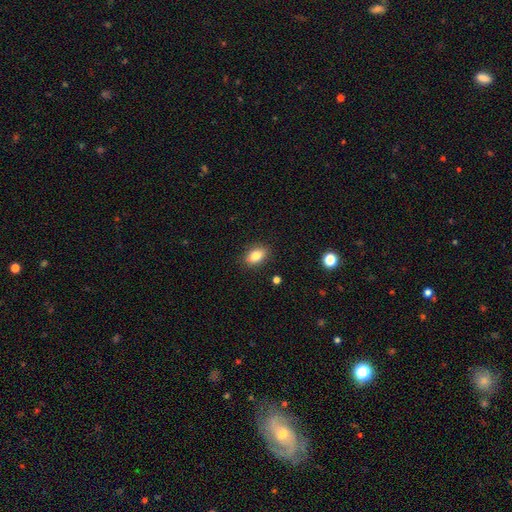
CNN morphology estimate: smooth 80%, featured or disk 11%, star or artifact 9%. Down the decision tree: how rounded — in between (82%); merging — none (86%).